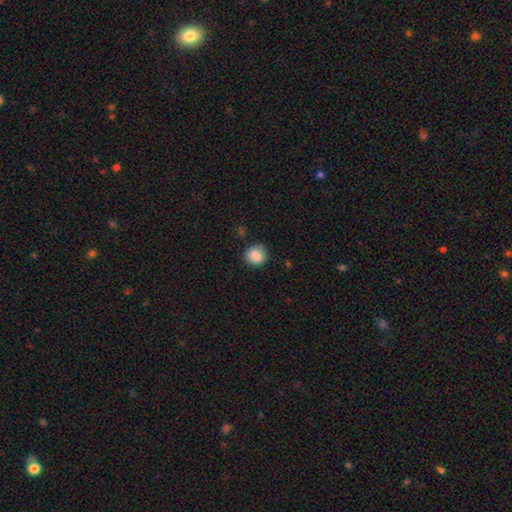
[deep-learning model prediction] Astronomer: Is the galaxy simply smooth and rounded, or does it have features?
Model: smooth — 88%.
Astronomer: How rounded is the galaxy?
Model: round — 87%.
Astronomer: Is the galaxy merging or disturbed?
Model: none — 84%.